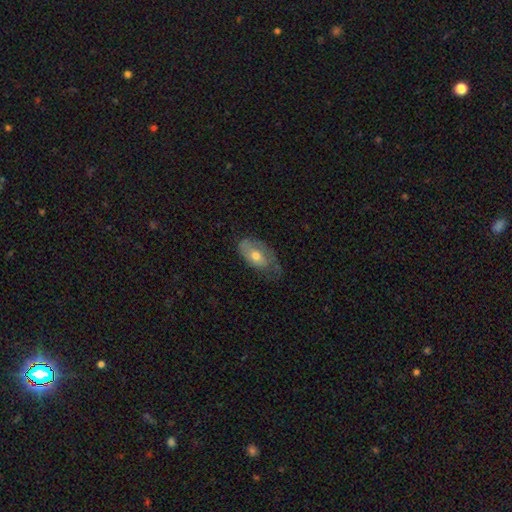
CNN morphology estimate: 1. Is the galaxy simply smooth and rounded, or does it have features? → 48% smooth, 45% featured or disk, 7% star or artifact.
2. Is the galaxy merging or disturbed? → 47% none, 33% minor disturbance, 18% major disturbance, 2% merger.